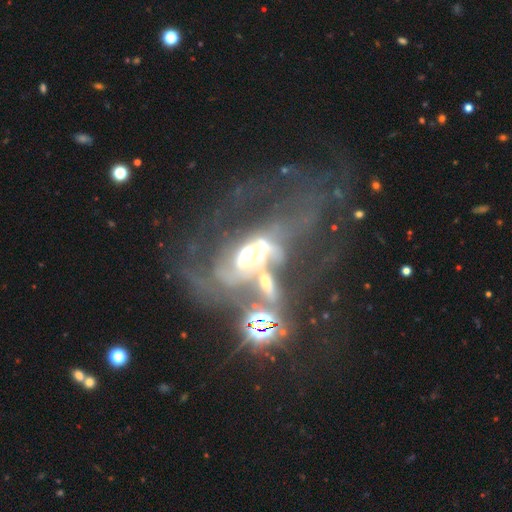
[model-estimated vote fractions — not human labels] Smooth or featured? Predicted: featured or disk (p=0.61). Edge-on disk? Predicted: no (p=0.90). Bar? Predicted: no (p=0.74). Spiral arms? Predicted: no (p=0.70). Bulge size? Predicted: moderate (p=0.37). Merging? Predicted: merger (p=0.63).